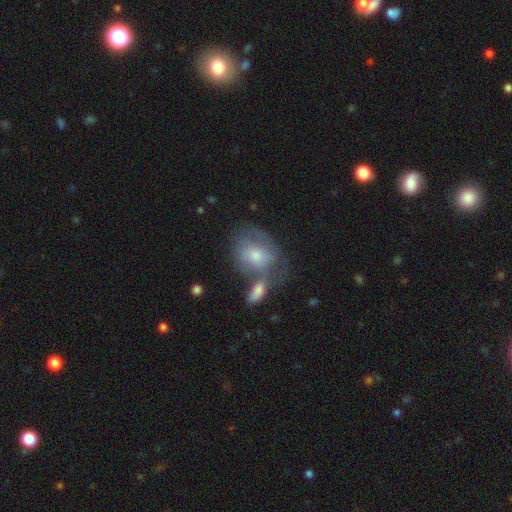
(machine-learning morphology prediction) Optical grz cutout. It shows a smooth galaxy with no disk features (54%) that is in between round and cigar-shaped (52%). Merging: none (39%).